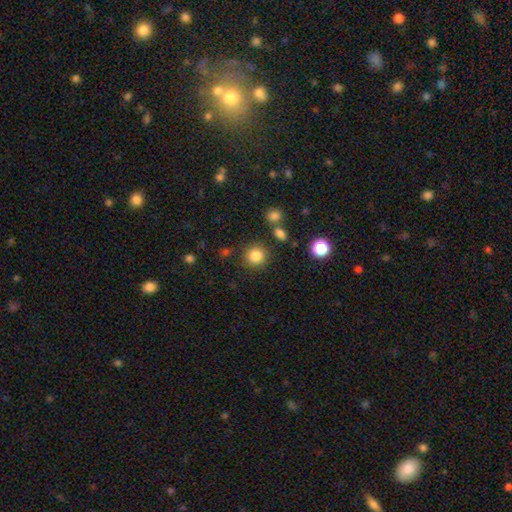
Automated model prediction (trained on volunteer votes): Smooth or featured?
  - smooth: 83% *
  - star or artifact: 11%
  - featured or disk: 5%
How rounded?
  - round: 92% *
  - in between: 7%
  - cigar-shaped: 1%
Merging?
  - none: 84% *
  - minor disturbance: 8%
  - merger: 5%
  - major disturbance: 3%